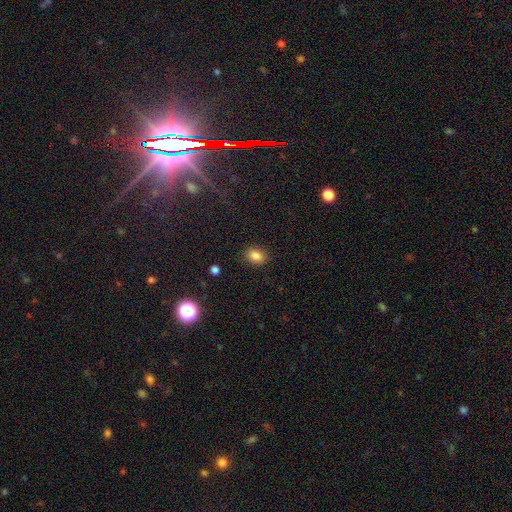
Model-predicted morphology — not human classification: Smooth or featured: smooth — 84% (star or artifact — 11%)
How rounded: in between — 72% (round — 26%)
Merging: none — 86% (minor disturbance — 10%)